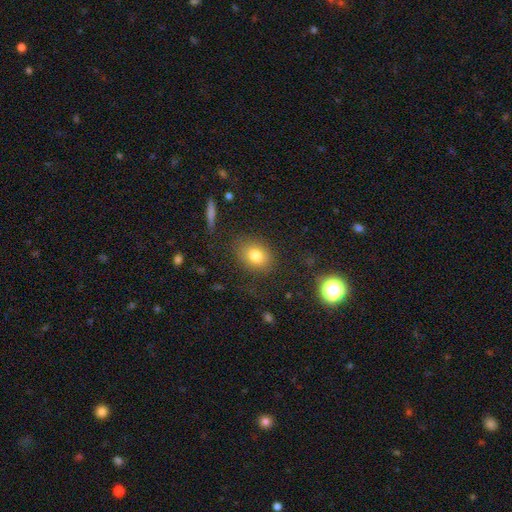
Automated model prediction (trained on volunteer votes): Q: Smooth or featured?
A: smooth (79%); runner-up: star or artifact (11%)
Q: How rounded?
A: in between (54%); runner-up: round (45%)
Q: Merging?
A: none (78%); runner-up: minor disturbance (14%)